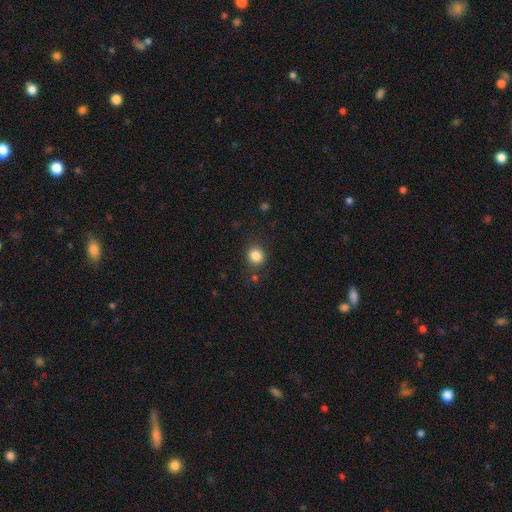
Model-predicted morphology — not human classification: A smooth galaxy with no disk features (85%) that is round (84%). Merging: none (85%).